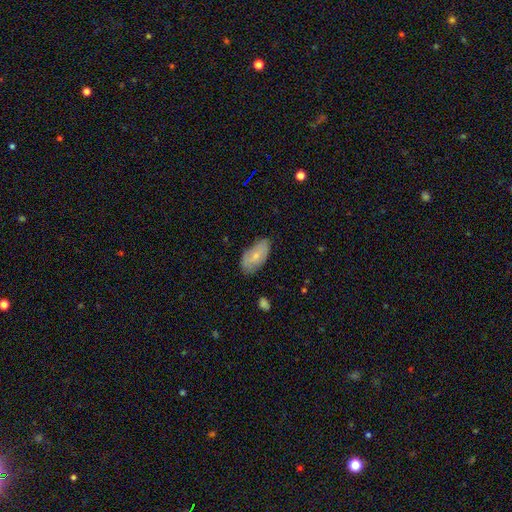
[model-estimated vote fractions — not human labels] smooth-or-featured: smooth: 67% | featured or disk: 27% | star or artifact: 6%
  how-rounded: in between: 93% | cigar-shaped: 4% | round: 3%
  merging: none: 74% | minor disturbance: 21% | major disturbance: 4% | merger: 1%